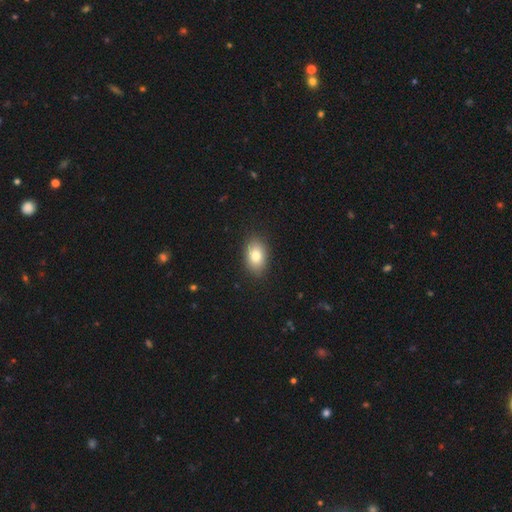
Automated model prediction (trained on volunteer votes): Smooth or featured?
  - smooth: 81% *
  - featured or disk: 11%
  - star or artifact: 8%
How rounded?
  - in between: 85% *
  - round: 14%
  - cigar-shaped: 1%
Merging?
  - none: 87% *
  - minor disturbance: 9%
  - major disturbance: 2%
  - merger: 1%